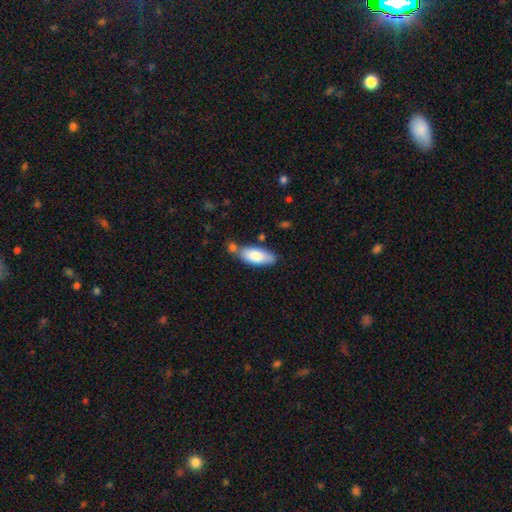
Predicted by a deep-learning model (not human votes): This appears to be a smooth galaxy with no disk features (79%) that is in between round and cigar-shaped (80%). Merging: none (61%).